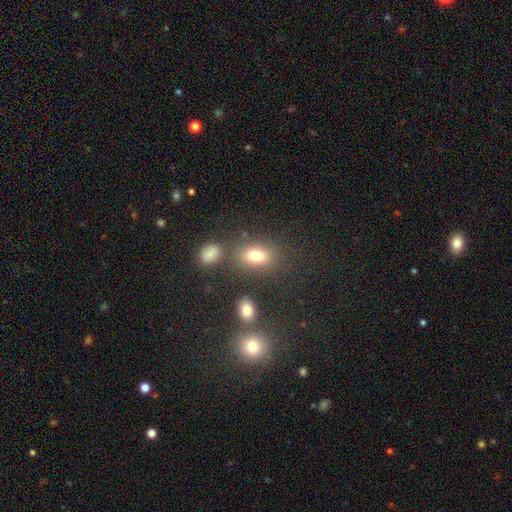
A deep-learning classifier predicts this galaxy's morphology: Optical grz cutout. It shows a smooth galaxy with no disk features (76%) that is in between round and cigar-shaped (77%). Merging: none (70%).